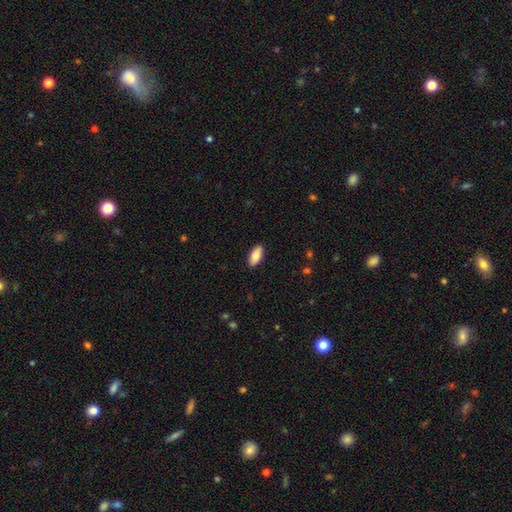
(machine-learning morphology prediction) Q: Smooth or featured?
A: smooth (86%); runner-up: featured or disk (8%)
Q: How rounded?
A: in between (87%); runner-up: cigar-shaped (11%)
Q: Merging?
A: none (89%); runner-up: minor disturbance (8%)